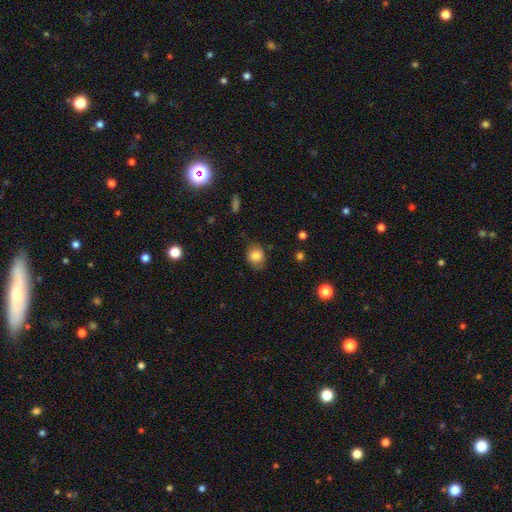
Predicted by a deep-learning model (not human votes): Smooth or featured: smooth — 83% (star or artifact — 9%)
How rounded: round — 61% (in between — 38%)
Merging: none — 74% (minor disturbance — 20%)